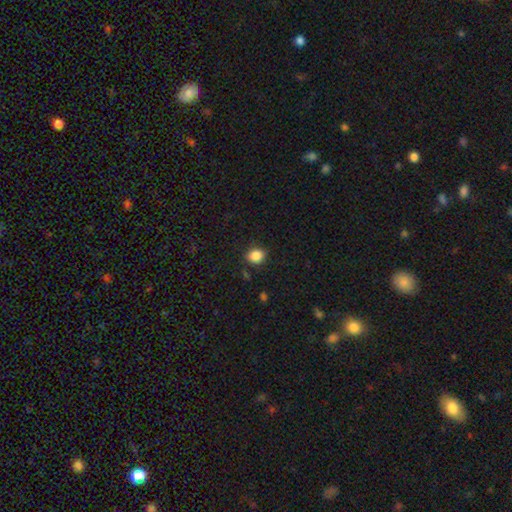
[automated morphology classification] A smooth galaxy with no disk features (86%) that is round (60%). Merging: none (85%).